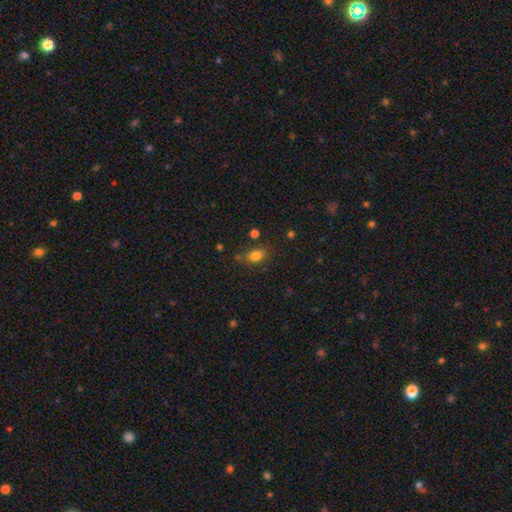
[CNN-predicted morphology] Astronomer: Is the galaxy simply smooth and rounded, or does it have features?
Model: smooth — 81%.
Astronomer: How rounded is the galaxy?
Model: in between — 74%.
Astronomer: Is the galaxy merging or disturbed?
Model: none — 70%.